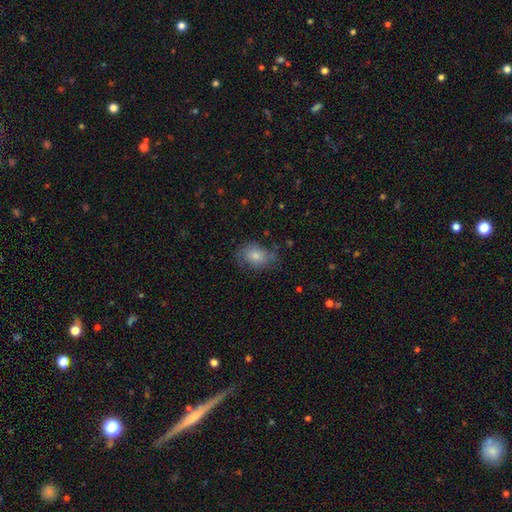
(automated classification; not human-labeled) Smooth or featured? smooth (72%)
How rounded? in between (69%)
Merging? none (58%)